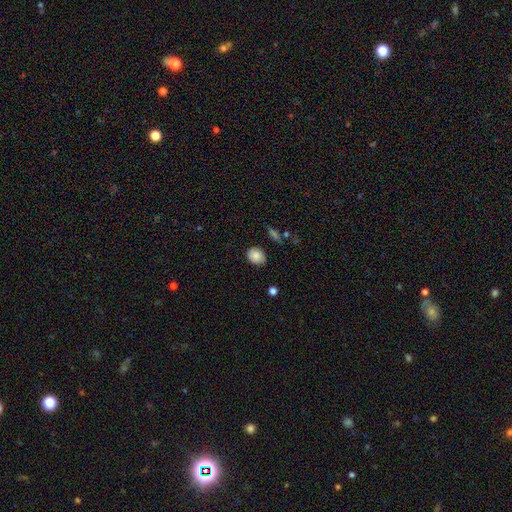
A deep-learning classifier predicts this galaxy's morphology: Smooth or featured? smooth (86%)
How rounded? round (51%)
Merging? none (74%)